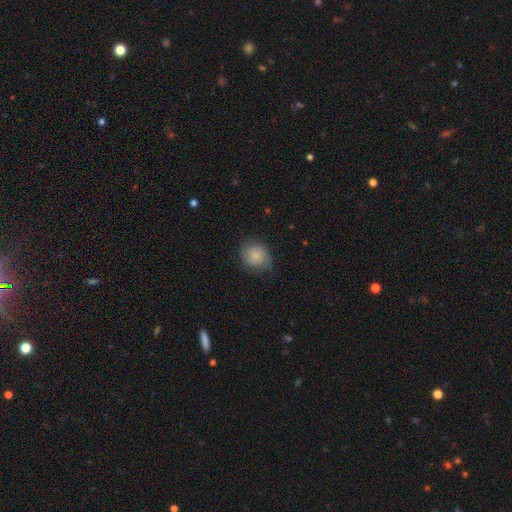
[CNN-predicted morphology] Smooth or featured?
  - smooth: 74% *
  - featured or disk: 19%
  - star or artifact: 8%
How rounded?
  - round: 75% *
  - in between: 24%
  - cigar-shaped: 1%
Merging?
  - none: 72% *
  - minor disturbance: 22%
  - major disturbance: 6%
  - merger: 1%